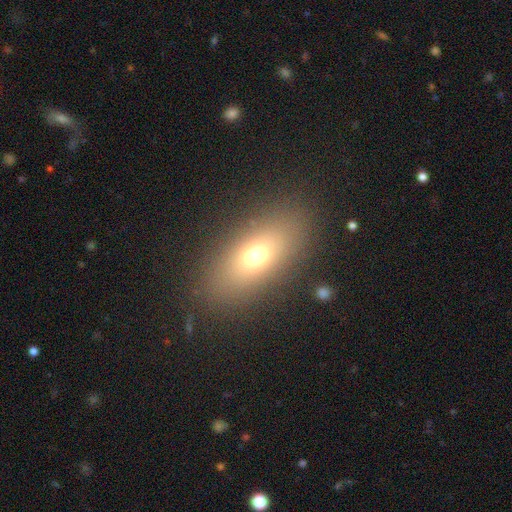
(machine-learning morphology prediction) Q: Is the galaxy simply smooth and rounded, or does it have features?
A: smooth — 68%.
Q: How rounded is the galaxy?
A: in between — 81%.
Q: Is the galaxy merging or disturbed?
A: none — 84%.